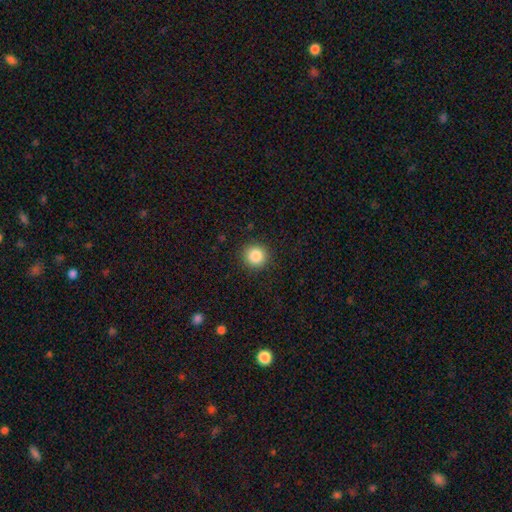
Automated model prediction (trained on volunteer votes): smooth-or-featured: smooth: 86% | star or artifact: 10% | featured or disk: 4%
  how-rounded: round: 94% | in between: 5% | cigar-shaped: 1%
  merging: none: 91% | minor disturbance: 6% | major disturbance: 2% | merger: 1%